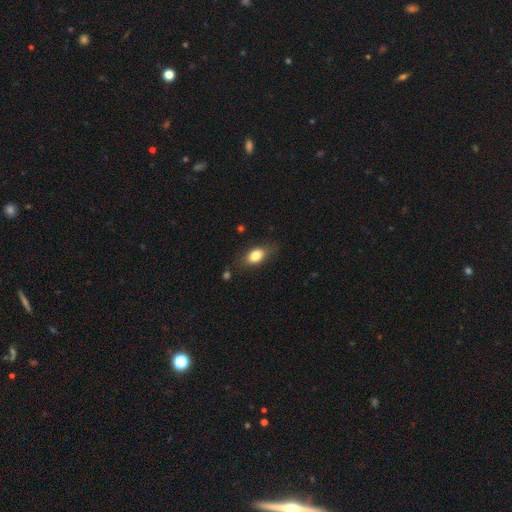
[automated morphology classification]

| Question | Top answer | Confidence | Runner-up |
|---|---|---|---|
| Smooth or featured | smooth | 79% | featured or disk (13%) |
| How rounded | in between | 82% | round (13%) |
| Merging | none | 74% | minor disturbance (18%) |